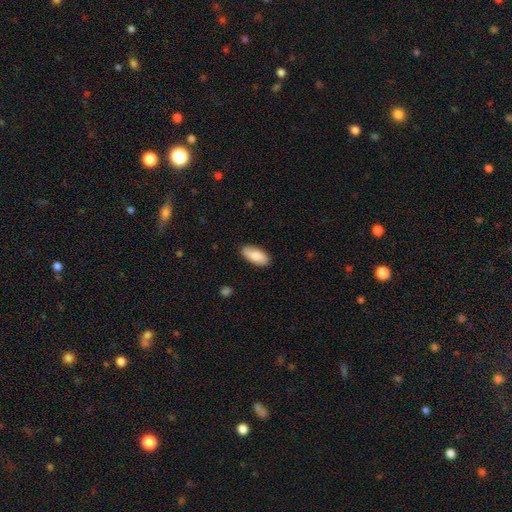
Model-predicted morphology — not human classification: smooth_or_featured: smooth (p=0.81) [alt: featured or disk p=0.13]
how_rounded: in between (p=0.90) [alt: cigar-shaped p=0.08]
merging: none (p=0.86) [alt: minor disturbance p=0.11]